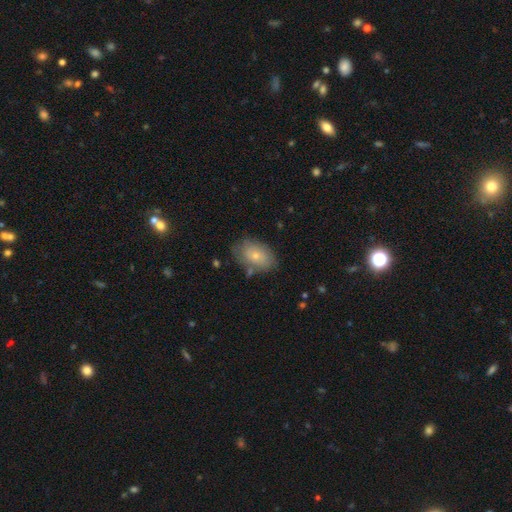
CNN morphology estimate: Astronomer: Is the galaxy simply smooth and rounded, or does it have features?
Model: smooth — 71%.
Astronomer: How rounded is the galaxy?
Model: in between — 86%.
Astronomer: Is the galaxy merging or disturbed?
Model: none — 70%.